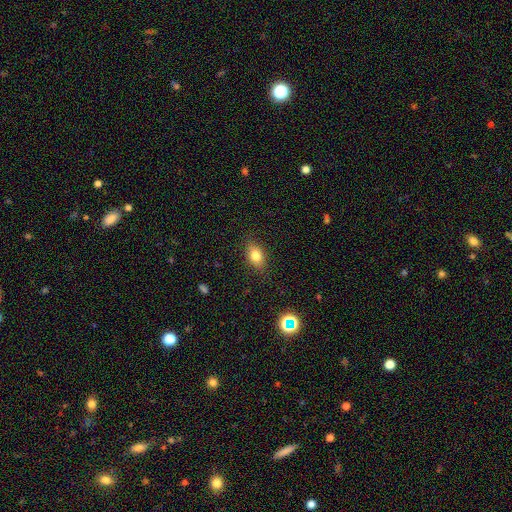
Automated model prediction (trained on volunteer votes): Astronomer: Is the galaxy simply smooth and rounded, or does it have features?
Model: smooth — 78%.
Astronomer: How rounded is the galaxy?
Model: in between — 80%.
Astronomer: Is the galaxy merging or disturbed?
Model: none — 84%.